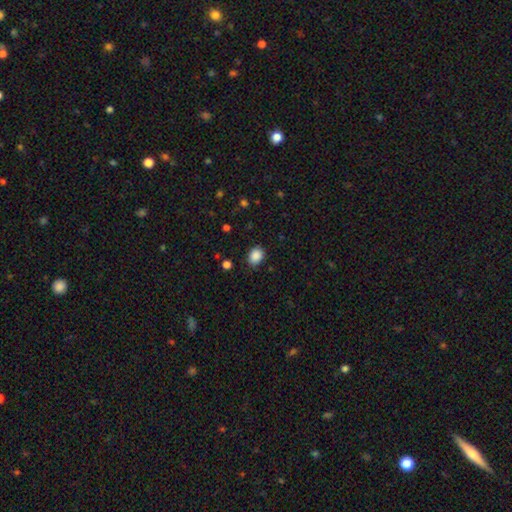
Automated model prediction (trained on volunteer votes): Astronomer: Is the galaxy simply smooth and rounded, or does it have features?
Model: smooth — 88%.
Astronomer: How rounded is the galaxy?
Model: in between — 57% (runner-up: round, 42%).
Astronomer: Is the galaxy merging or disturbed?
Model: none — 83%.